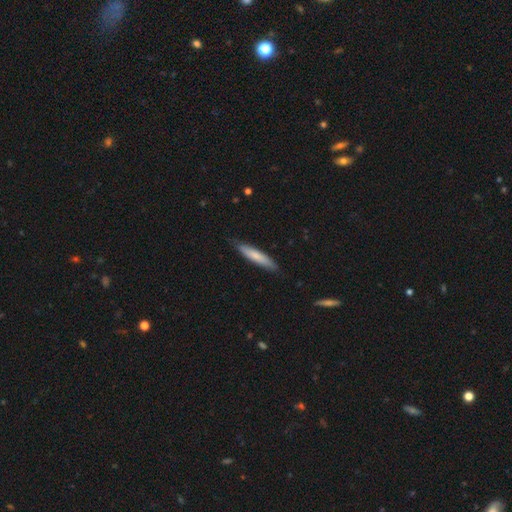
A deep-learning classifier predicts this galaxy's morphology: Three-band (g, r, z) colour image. It shows a smooth galaxy with no disk features (72%) that is cigar-shaped (88%). Merging: none (82%).